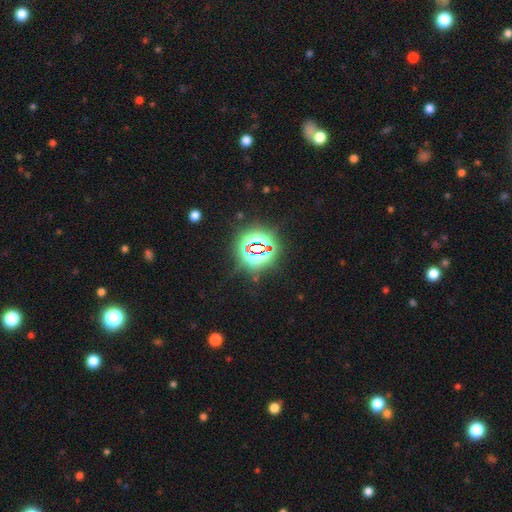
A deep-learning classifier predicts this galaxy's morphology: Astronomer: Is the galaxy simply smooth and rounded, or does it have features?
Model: star or artifact — 82%.